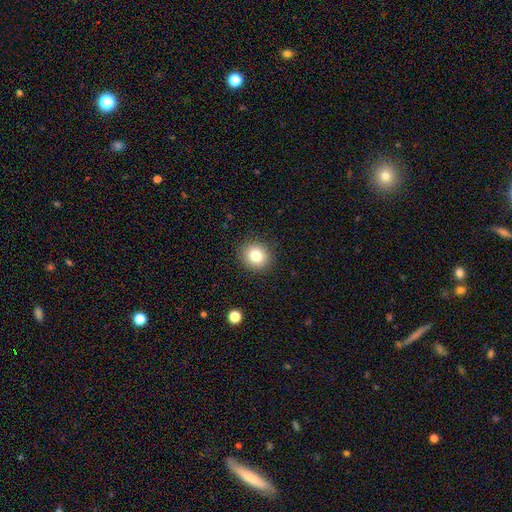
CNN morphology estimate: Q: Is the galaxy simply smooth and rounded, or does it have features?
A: smooth — 80%.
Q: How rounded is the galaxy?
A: round — 83%.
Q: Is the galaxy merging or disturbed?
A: none — 90%.